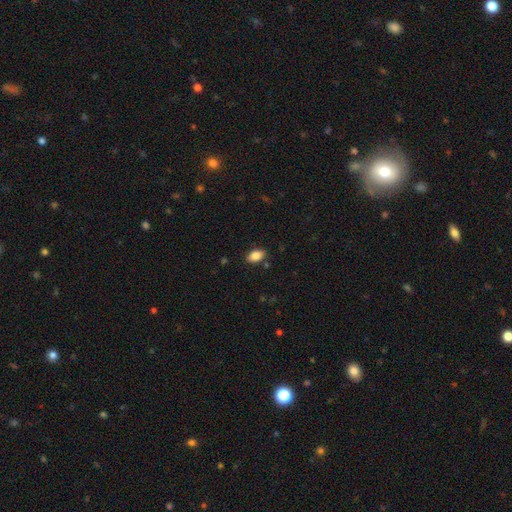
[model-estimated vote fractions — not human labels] Q: Smooth or featured?
A: smooth (84%); runner-up: star or artifact (8%)
Q: How rounded?
A: in between (91%); runner-up: round (7%)
Q: Merging?
A: none (86%); runner-up: minor disturbance (10%)